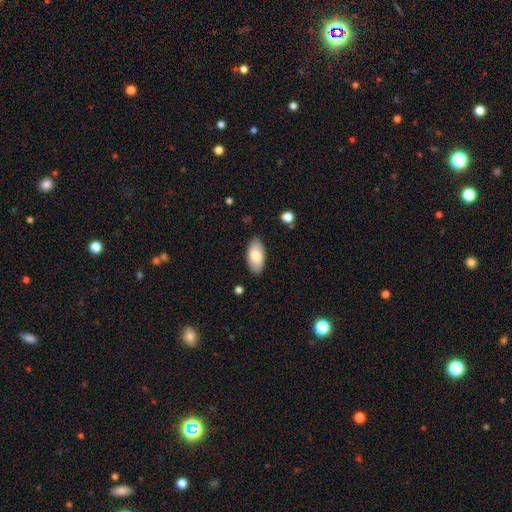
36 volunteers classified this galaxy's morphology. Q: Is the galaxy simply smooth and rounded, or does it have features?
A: smooth — 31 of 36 (86%).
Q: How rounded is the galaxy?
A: in between — 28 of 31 (90%).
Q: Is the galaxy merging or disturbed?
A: none — 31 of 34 (91%).